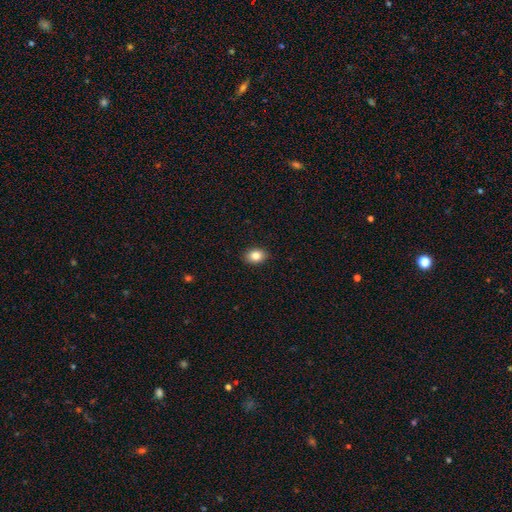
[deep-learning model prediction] This appears to be a smooth galaxy with no disk features (85%) that is in between round and cigar-shaped (77%). Merging: none (90%).